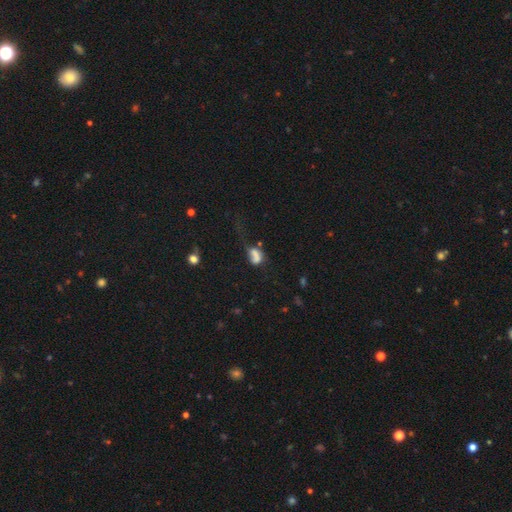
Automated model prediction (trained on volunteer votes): A smooth galaxy with no disk features (63%) that is in between round and cigar-shaped (74%). Merging: major disturbance (40%).